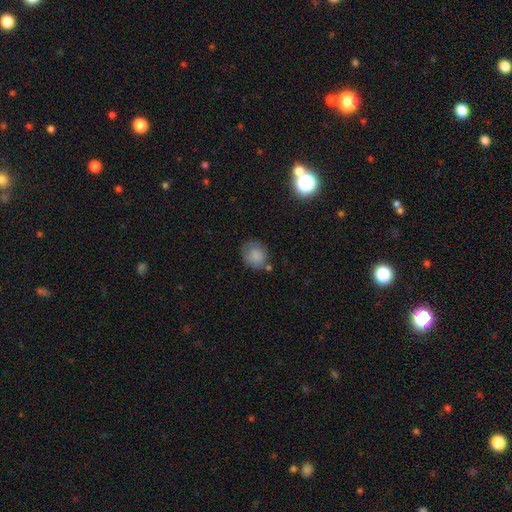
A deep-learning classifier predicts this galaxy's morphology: smooth-or-featured: smooth: 81% | featured or disk: 10% | star or artifact: 9%
  how-rounded: round: 69% | in between: 30% | cigar-shaped: 1%
  merging: none: 62% | minor disturbance: 24% | major disturbance: 8% | merger: 7%